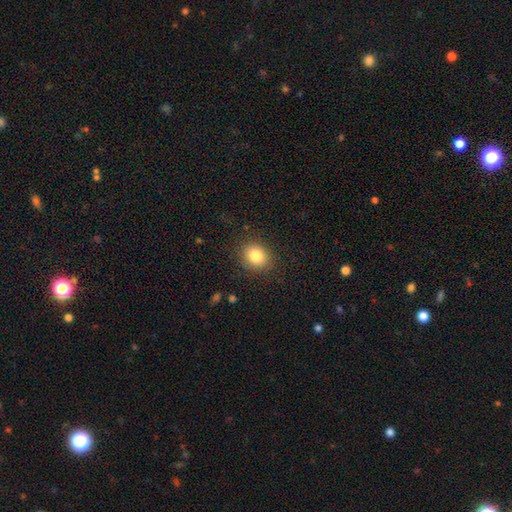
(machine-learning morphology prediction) Smooth or featured? Predicted: smooth (p=0.82). How rounded? Predicted: round (p=0.62). Merging? Predicted: none (p=0.87).